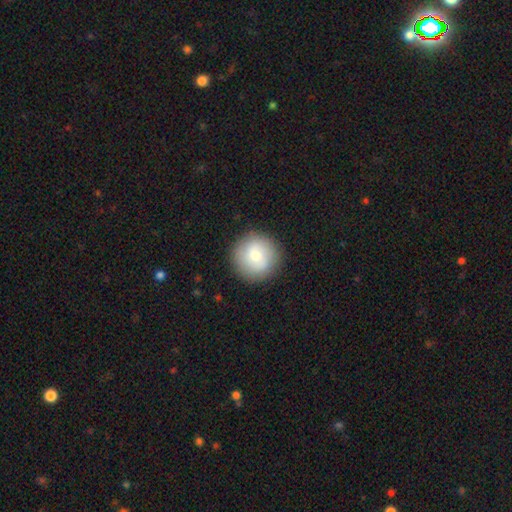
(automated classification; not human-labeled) The model was most divided on "smooth or featured": smooth: 74%, featured or disk: 19%, star or artifact: 7%. More confident: how rounded — round (95%); merging — none (89%).